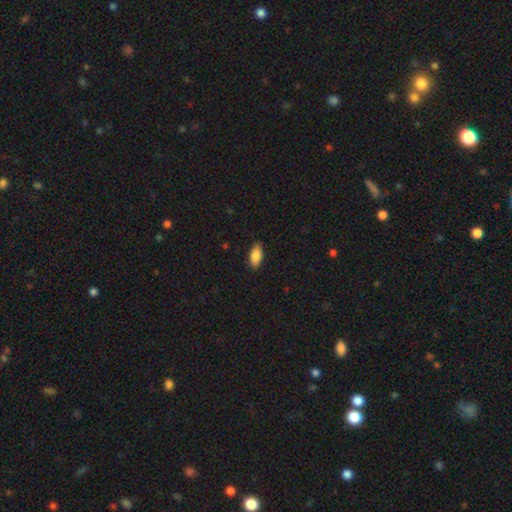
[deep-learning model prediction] A smooth galaxy with no disk features (85%) that is in between round and cigar-shaped (89%).

Vote fractions:
- Smooth or featured? smooth: 85% / featured or disk: 8% / star or artifact: 6%
- How rounded? in between: 89% / cigar-shaped: 8% / round: 2%
- Merging? none: 87% / minor disturbance: 10% / major disturbance: 2% / merger: 1%